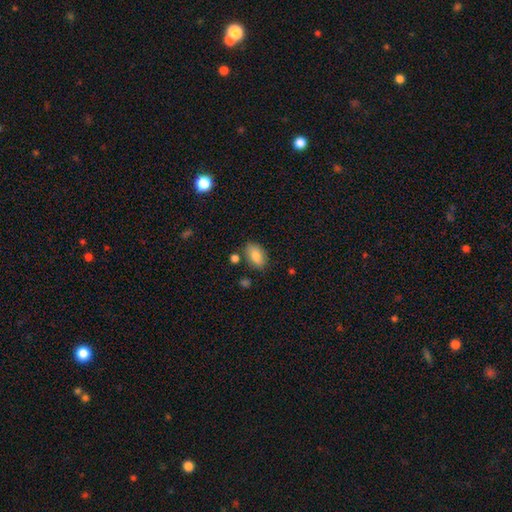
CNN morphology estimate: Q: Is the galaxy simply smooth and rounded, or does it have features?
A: smooth — 82%.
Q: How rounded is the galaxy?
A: in between — 89%.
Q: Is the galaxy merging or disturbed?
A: none — 78%.